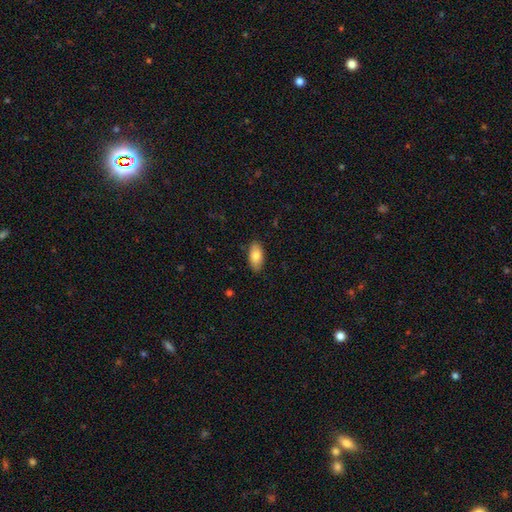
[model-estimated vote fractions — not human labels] Overall: smooth (82%). How rounded: in between (92%). Merging: none (86%).